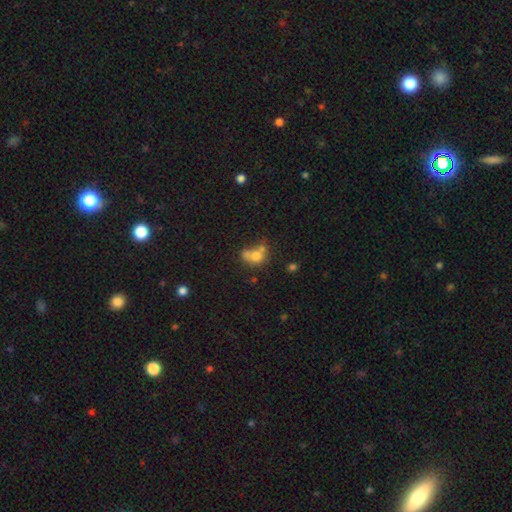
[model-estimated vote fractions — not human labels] A smooth galaxy with no disk features (67%) that is round (53%). Merging: merger (46%).